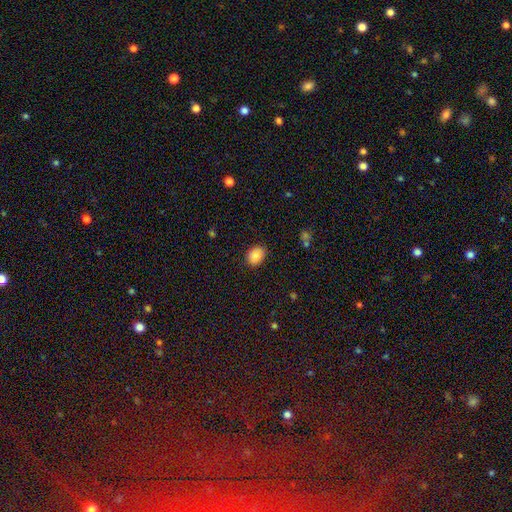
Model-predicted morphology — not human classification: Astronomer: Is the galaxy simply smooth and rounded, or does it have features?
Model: smooth — 87%.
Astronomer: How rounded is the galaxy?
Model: in between — 63%.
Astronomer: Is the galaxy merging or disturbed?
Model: none — 85%.